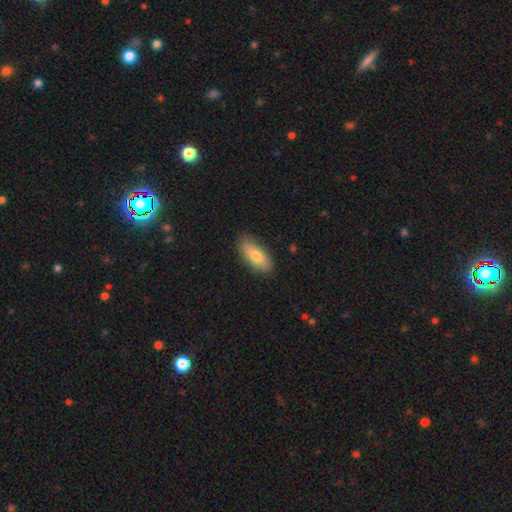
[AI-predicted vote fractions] Smooth or featured? Predicted: smooth (p=0.77). How rounded? Predicted: in between (p=0.83). Merging? Predicted: none (p=0.85).